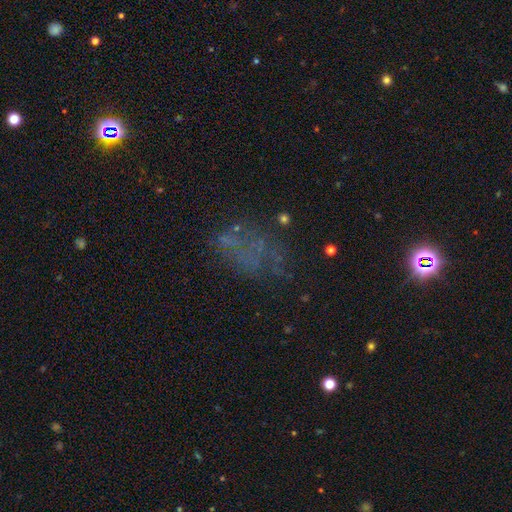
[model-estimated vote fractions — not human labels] Smooth or featured? Predicted: star or artifact (p=0.37).